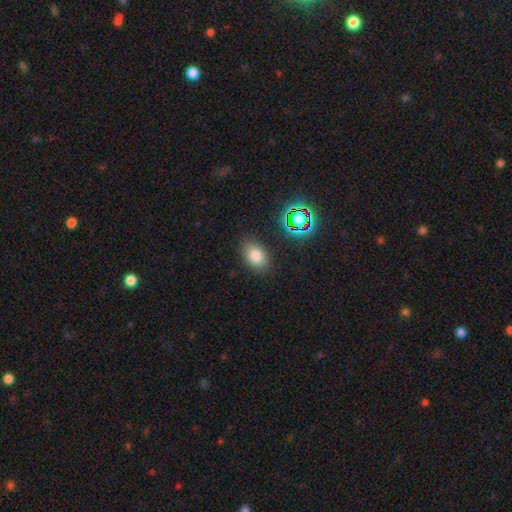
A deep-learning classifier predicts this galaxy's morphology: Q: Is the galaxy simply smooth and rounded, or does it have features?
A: smooth — 78%.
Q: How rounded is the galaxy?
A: in between — 80%.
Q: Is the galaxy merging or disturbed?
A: none — 84%.